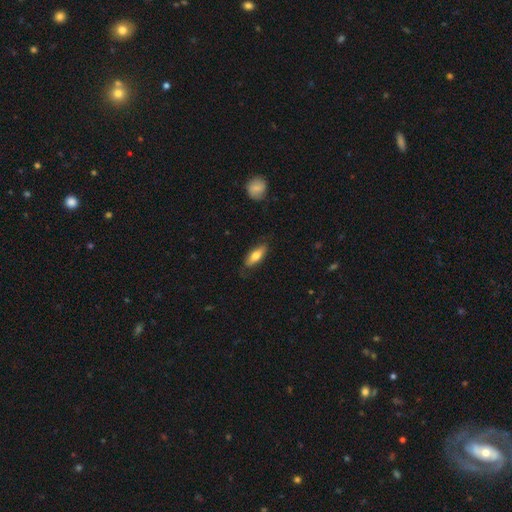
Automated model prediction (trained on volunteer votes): Smooth or featured: smooth — 72% (featured or disk — 22%)
How rounded: in between — 73% (cigar-shaped — 25%)
Merging: none — 78% (minor disturbance — 17%)